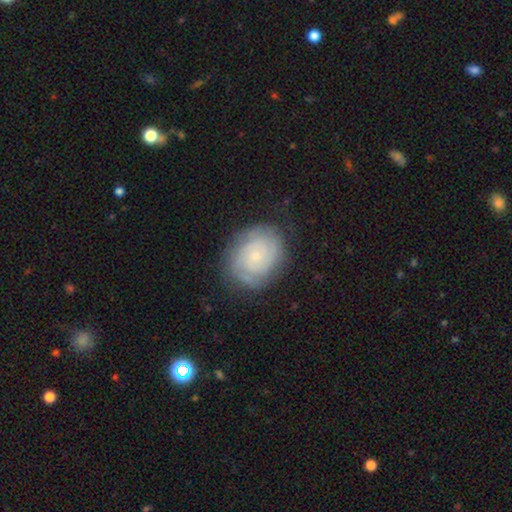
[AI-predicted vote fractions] This is likely a featured or disk galaxy (72%). It is clearly not viewed edge-on (98%). Bar: likely no (76%). Spiral arm pattern: clearly yes (94%). Spiral arm count: marginally 2 (35%). Spiral winding: likely tight (75%). Central bulge: likely small (75%). Merging: likely none (78%).